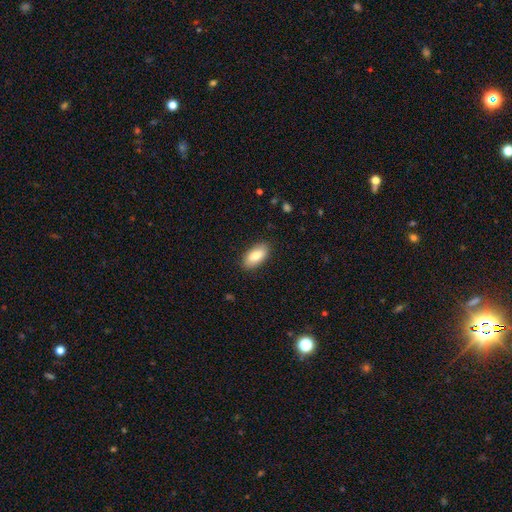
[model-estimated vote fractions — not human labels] smooth 80%, featured or disk 14%, star or artifact 6%. Down the decision tree: how rounded — in between (92%); merging — none (87%).